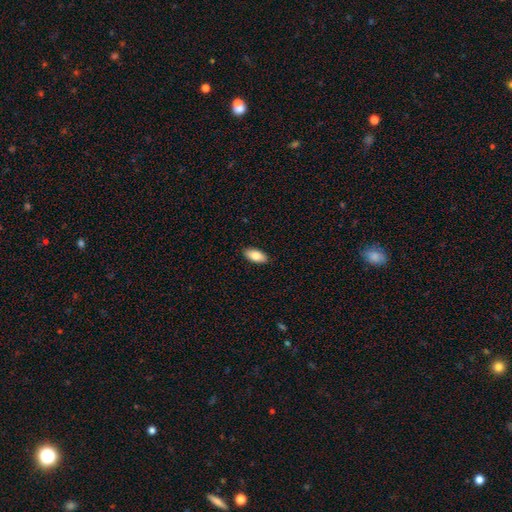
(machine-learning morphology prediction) Q: Smooth or featured?
A: smooth (82%); runner-up: featured or disk (12%)
Q: How rounded?
A: in between (90%); runner-up: cigar-shaped (7%)
Q: Merging?
A: none (90%); runner-up: minor disturbance (7%)